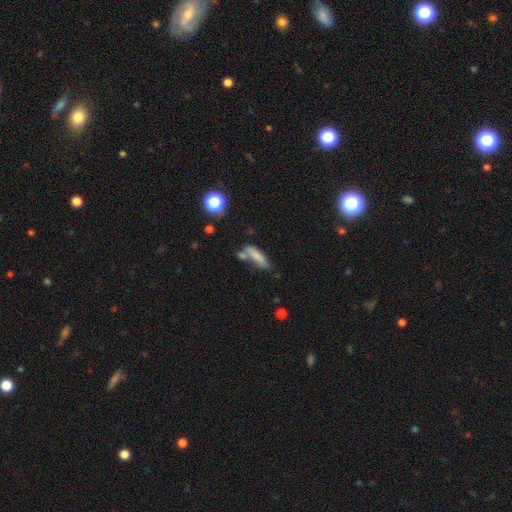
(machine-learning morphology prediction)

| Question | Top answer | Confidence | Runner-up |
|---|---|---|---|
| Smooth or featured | smooth | 75% | featured or disk (16%) |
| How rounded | cigar-shaped | 62% | in between (35%) |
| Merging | none | 51% | merger (23%) |